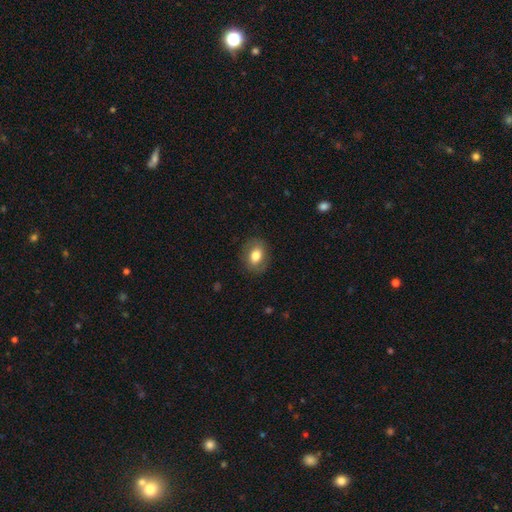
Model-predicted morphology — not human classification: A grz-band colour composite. It shows a smooth galaxy with no disk features (77%) that is in between round and cigar-shaped (62%). Merging: none (85%).